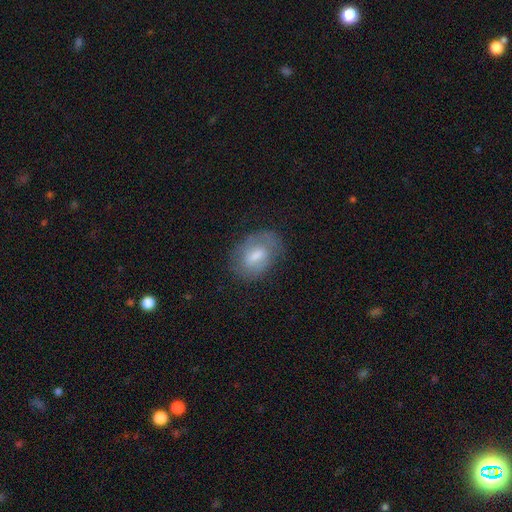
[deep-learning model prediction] Smooth or featured? Predicted: smooth (p=0.52). How rounded? Predicted: in between (p=0.83). Merging? Predicted: none (p=0.69).